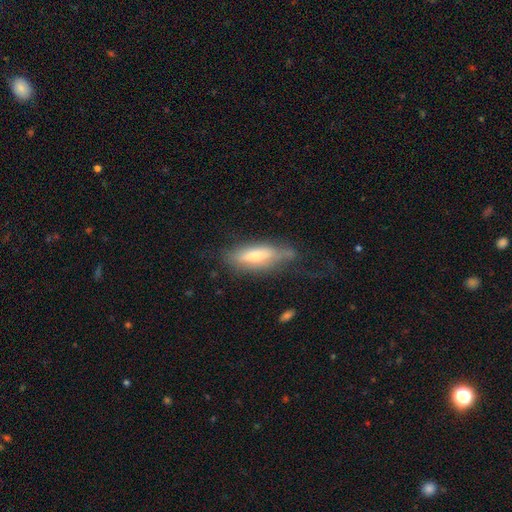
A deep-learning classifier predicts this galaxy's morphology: Overall: smooth (53%; featured or disk 40%). How rounded: in between (53%; cigar-shaped 45%). Merging: none (52%; minor disturbance 28%).